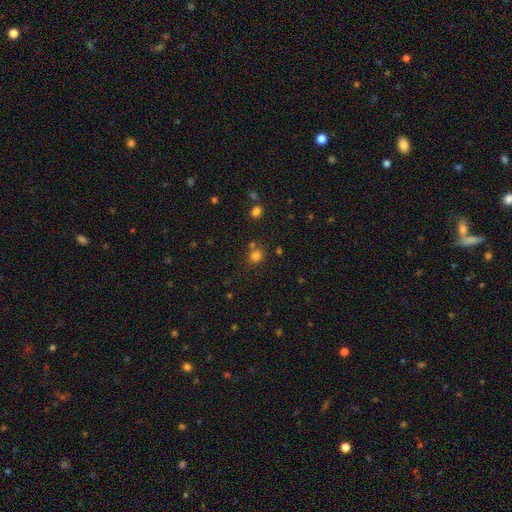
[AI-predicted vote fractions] Smooth or featured: smooth — 77% (star or artifact — 17%)
How rounded: round — 84% (in between — 15%)
Merging: none — 72% (merger — 14%)